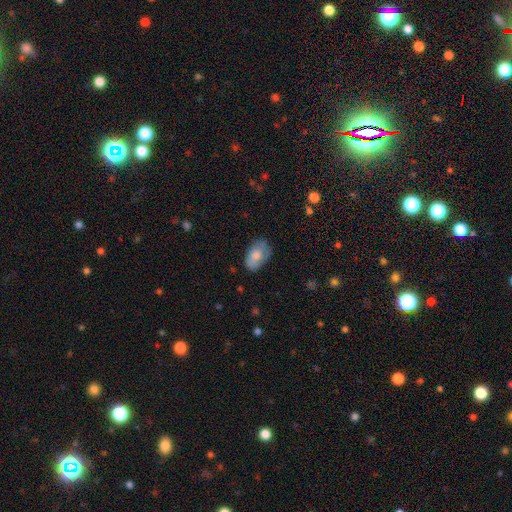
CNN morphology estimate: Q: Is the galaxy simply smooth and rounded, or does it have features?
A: smooth — 74%.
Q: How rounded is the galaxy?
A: in between — 91%.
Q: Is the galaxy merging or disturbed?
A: none — 67%.